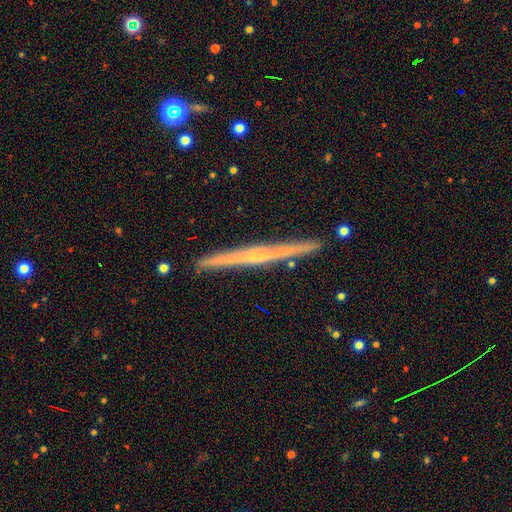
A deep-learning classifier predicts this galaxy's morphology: A featured or disk galaxy (75%) viewed edge-on (98%) with a rounded central bulge (47%). Merging: none (91%).